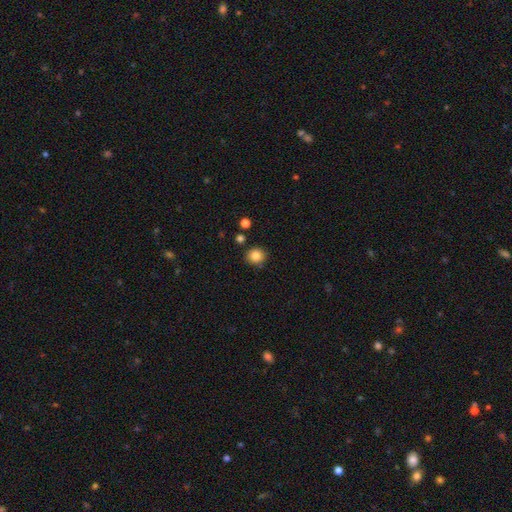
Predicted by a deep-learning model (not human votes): Smooth or featured?
  - smooth: 83% *
  - star or artifact: 11%
  - featured or disk: 6%
How rounded?
  - round: 88% *
  - in between: 11%
  - cigar-shaped: 1%
Merging?
  - none: 87% *
  - minor disturbance: 8%
  - merger: 3%
  - major disturbance: 2%